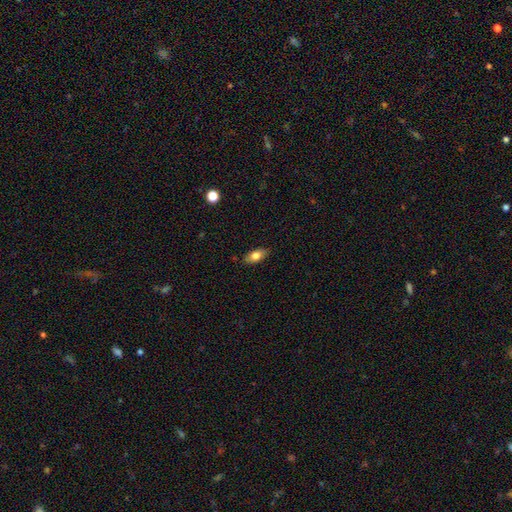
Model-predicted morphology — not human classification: type=smooth (76%); roundness=in between (86%); merging=none (85%).